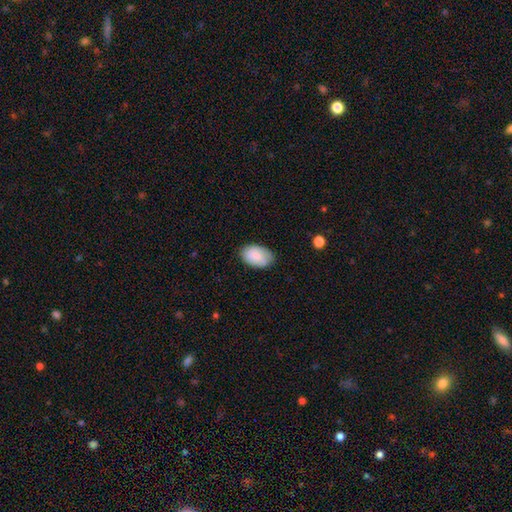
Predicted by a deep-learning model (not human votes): smooth_or_featured: smooth (p=0.81) [alt: featured or disk p=0.13]
how_rounded: in between (p=0.90) [alt: round p=0.09]
merging: none (p=0.79) [alt: minor disturbance p=0.17]